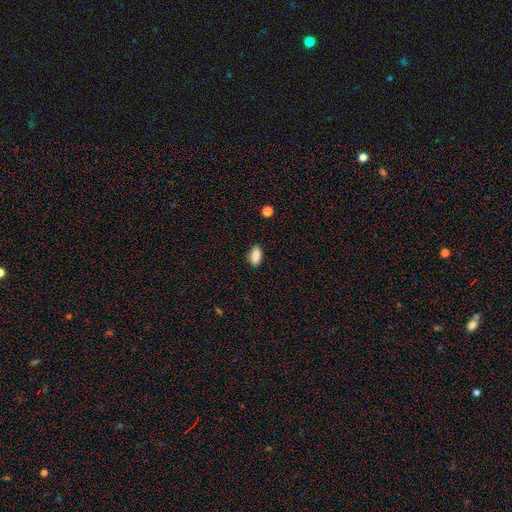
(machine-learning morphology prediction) smooth-or-featured: smooth: 86% | star or artifact: 8% | featured or disk: 6%
  how-rounded: in between: 88% | cigar-shaped: 8% | round: 4%
  merging: none: 84% | minor disturbance: 12% | major disturbance: 2% | merger: 1%